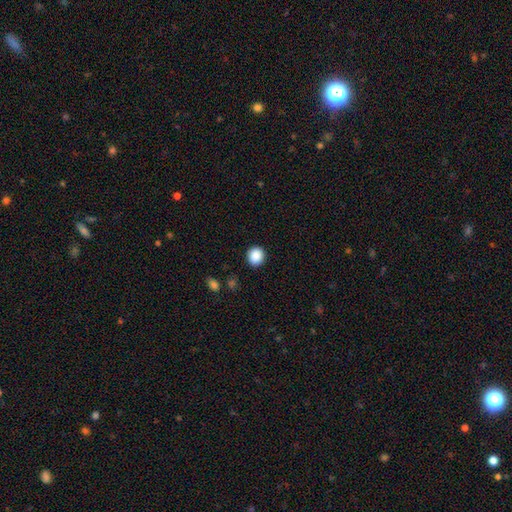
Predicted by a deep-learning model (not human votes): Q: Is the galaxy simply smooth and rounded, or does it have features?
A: smooth — 89%.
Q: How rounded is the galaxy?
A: round — 87%.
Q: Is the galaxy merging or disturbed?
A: none — 91%.